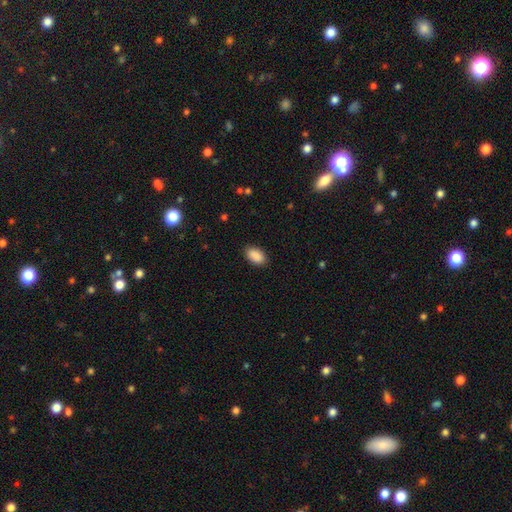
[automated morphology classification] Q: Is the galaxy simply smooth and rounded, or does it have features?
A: smooth — 90%.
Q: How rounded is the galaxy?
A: in between — 93%.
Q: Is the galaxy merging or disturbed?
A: none — 88%.